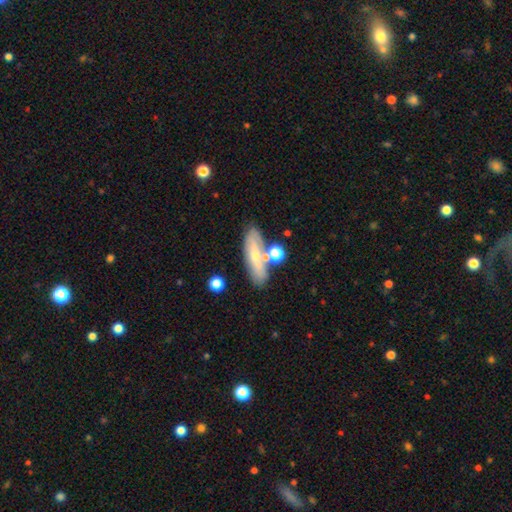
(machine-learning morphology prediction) type=smooth (51%); roundness=cigar-shaped (47%); merging=none (60%).